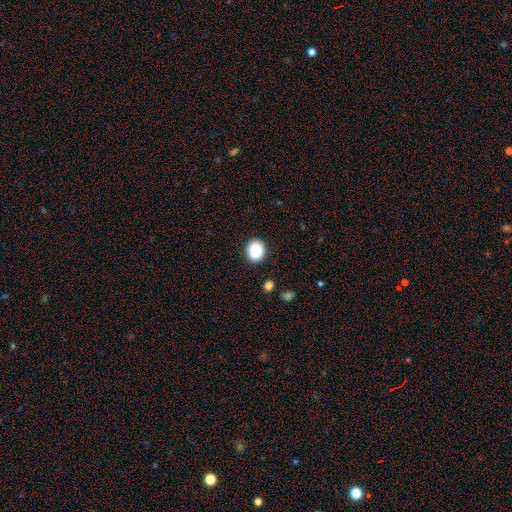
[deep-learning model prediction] This appears to be a smooth galaxy with no disk features (85%) that is round (68%). Merging: none (90%).